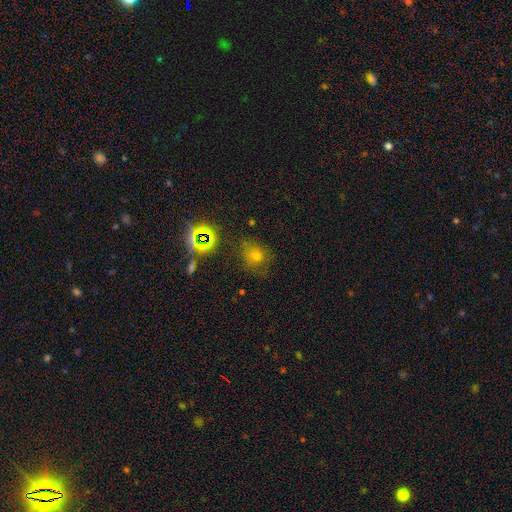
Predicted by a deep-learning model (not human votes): smooth-or-featured: smooth: 49% | star or artifact: 37% | featured or disk: 14%
  merging: none: 71% | minor disturbance: 18% | major disturbance: 8% | merger: 3%